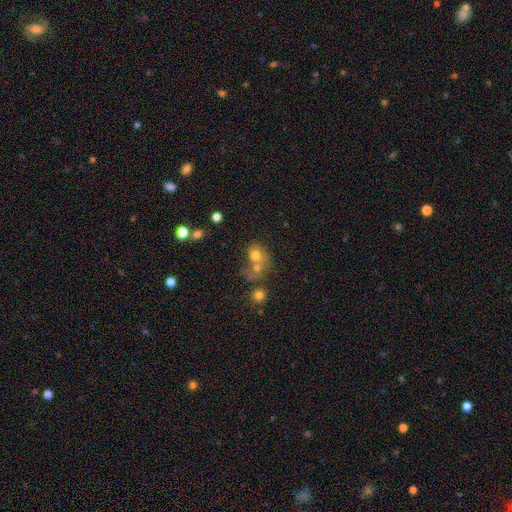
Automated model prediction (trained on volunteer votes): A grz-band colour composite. It shows a smooth galaxy with no disk features (69%) that is round (60%). Merging: merger (56%).